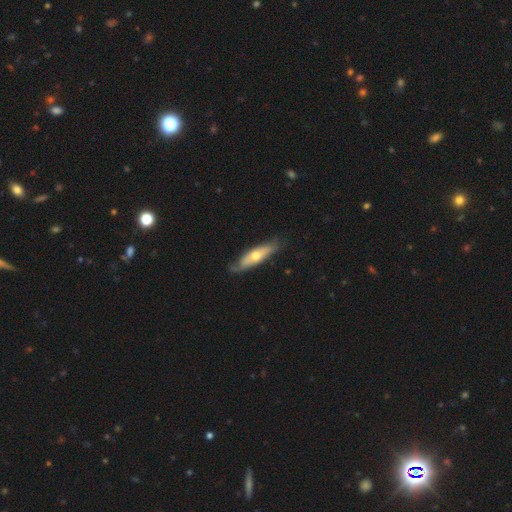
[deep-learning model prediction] smooth-or-featured: featured or disk: 52% | smooth: 43% | star or artifact: 5%
  disk-edge-on: yes: 53% | no: 47%
  merging: none: 70% | minor disturbance: 23% | major disturbance: 6% | merger: 2%